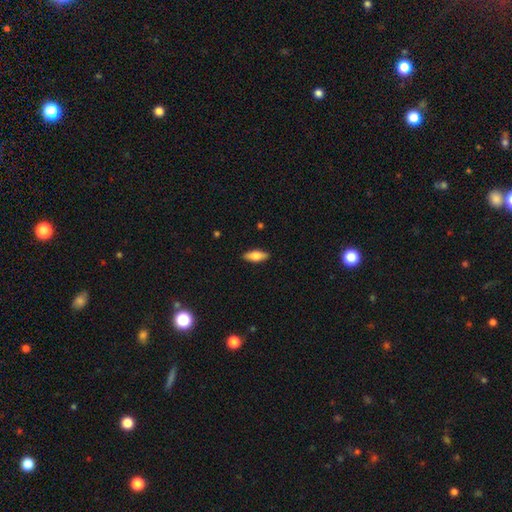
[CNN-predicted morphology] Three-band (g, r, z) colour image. It shows a smooth galaxy with no disk features (74%) that is in between round and cigar-shaped (74%). Merging: none (89%).